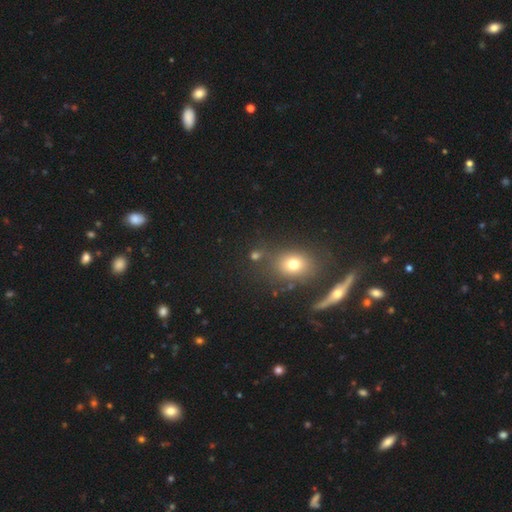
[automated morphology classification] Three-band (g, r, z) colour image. It shows a smooth galaxy with no disk features (60%) that is round (67%). Merging: none (73%).